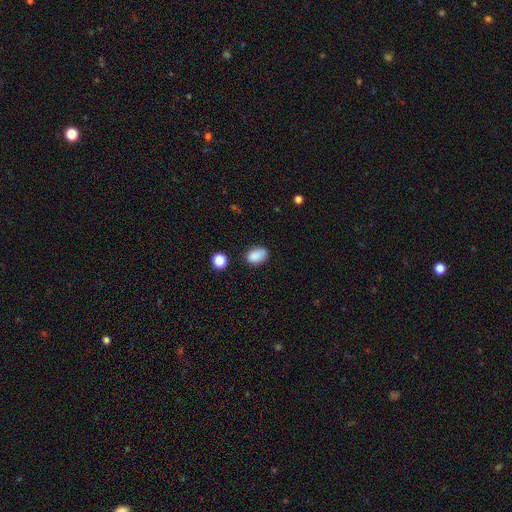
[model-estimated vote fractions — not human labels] Morphology: type=smooth (86%); roundness=in between (82%); merging=none (73%).